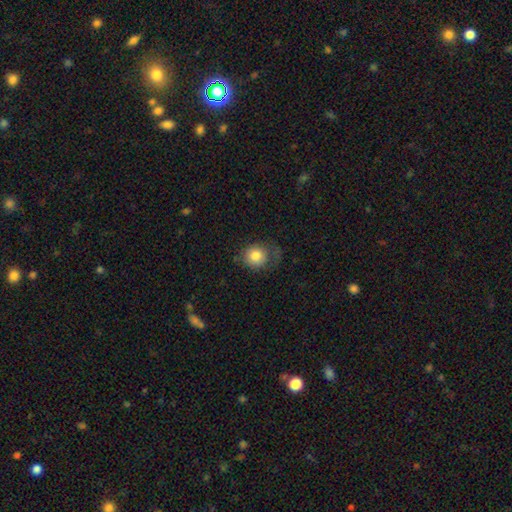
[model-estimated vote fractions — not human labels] Smooth or featured?
  - smooth: 80% *
  - featured or disk: 11%
  - star or artifact: 10%
How rounded?
  - round: 77% *
  - in between: 22%
  - cigar-shaped: 1%
Merging?
  - none: 60% *
  - minor disturbance: 24%
  - major disturbance: 14%
  - merger: 2%